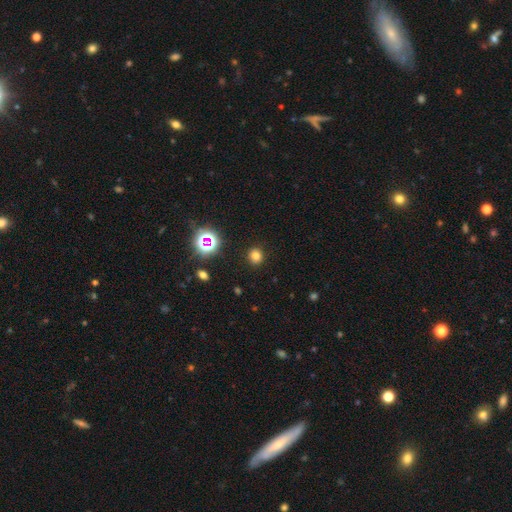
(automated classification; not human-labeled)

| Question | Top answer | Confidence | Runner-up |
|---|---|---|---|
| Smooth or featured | smooth | 74% | star or artifact (19%) |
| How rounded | round | 81% | in between (18%) |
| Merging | none | 90% | minor disturbance (6%) |